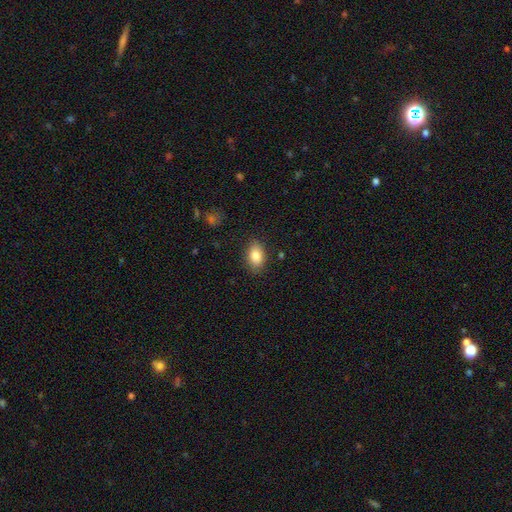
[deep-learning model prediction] Overall: smooth (84%). How rounded: in between (88%). Merging: none (84%).